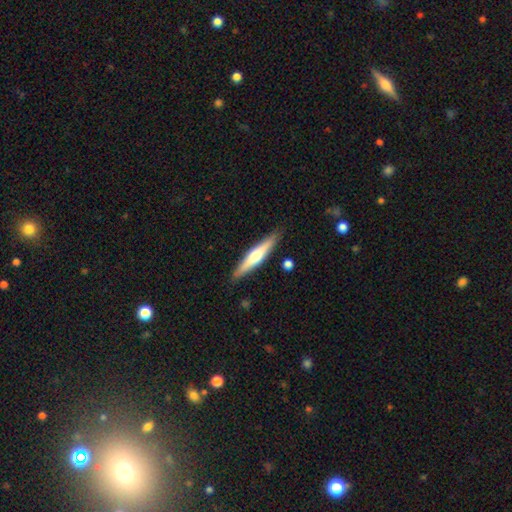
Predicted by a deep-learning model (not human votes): smooth-or-featured: featured or disk: 52% | smooth: 43% | star or artifact: 5%
  disk-edge-on: yes: 96% | no: 4%
  merging: none: 88% | minor disturbance: 9% | major disturbance: 2% | merger: 2%